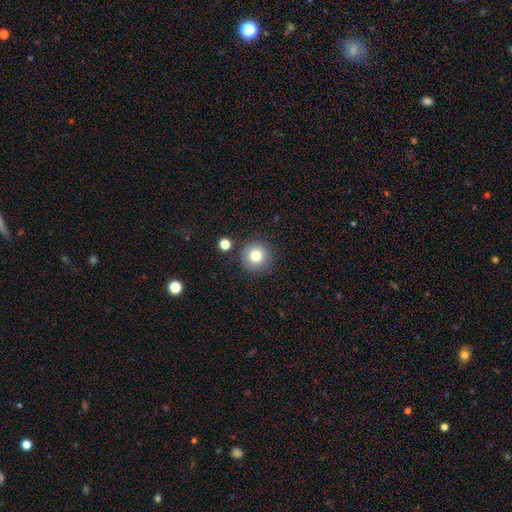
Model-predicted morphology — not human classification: A smooth galaxy with no disk features (79%) that is round (95%).

Vote fractions:
- Smooth or featured? smooth: 79% / star or artifact: 12% / featured or disk: 9%
- How rounded? round: 95% / in between: 4% / cigar-shaped: 1%
- Merging? none: 86% / minor disturbance: 7% / merger: 4% / major disturbance: 3%